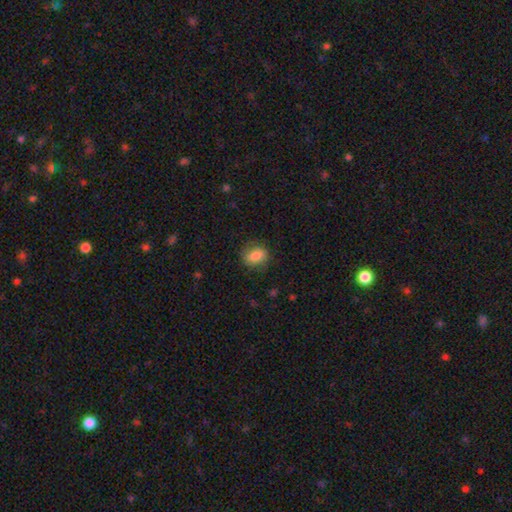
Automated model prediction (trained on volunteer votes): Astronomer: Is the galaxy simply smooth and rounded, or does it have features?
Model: smooth — 78%.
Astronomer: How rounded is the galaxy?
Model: in between — 59% (runner-up: round, 39%).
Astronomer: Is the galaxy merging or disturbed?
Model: none — 77%.